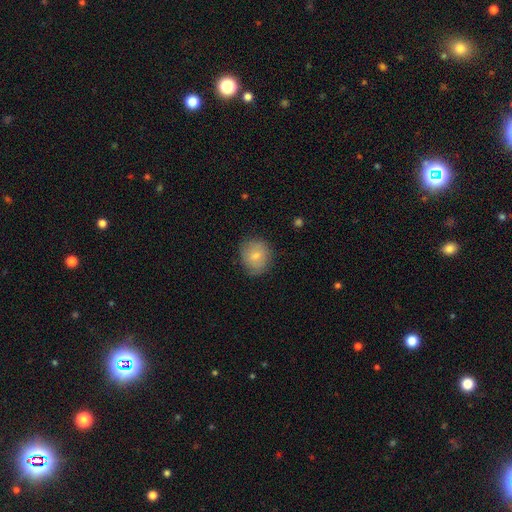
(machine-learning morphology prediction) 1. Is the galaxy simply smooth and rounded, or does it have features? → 74% smooth, 19% featured or disk, 7% star or artifact.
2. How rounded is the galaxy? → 81% round, 18% in between, 1% cigar-shaped.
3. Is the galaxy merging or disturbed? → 77% none, 18% minor disturbance, 4% major disturbance, 1% merger.